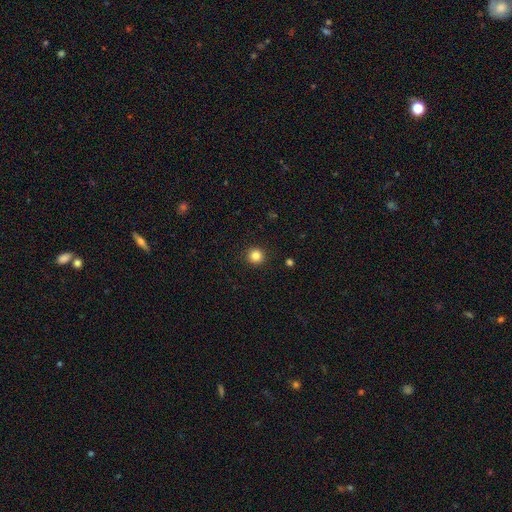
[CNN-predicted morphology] smooth_or_featured: smooth (p=0.84) [alt: star or artifact p=0.12]
how_rounded: round (p=0.94) [alt: in between p=0.05]
merging: none (p=0.92) [alt: minor disturbance p=0.05]